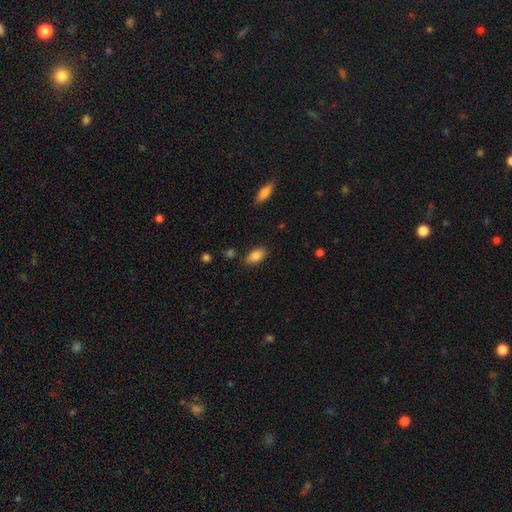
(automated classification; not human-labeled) Smooth or featured? smooth (84%)
How rounded? in between (91%)
Merging? none (83%)